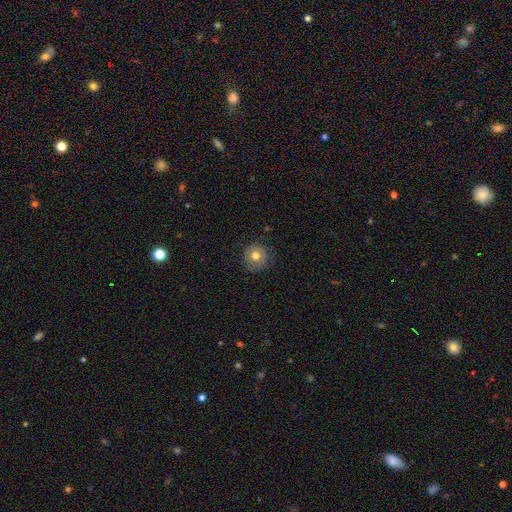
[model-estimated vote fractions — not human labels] Smooth or featured: smooth — 63% (featured or disk — 28%)
How rounded: round — 92% (in between — 7%)
Merging: none — 81% (minor disturbance — 14%)